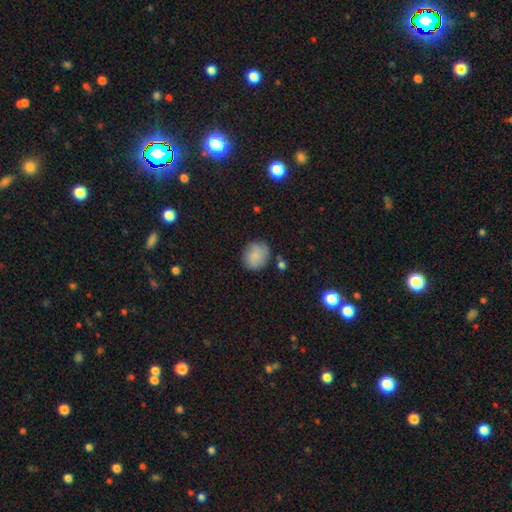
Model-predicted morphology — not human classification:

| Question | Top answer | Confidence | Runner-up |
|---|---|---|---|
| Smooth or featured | smooth | 82% | featured or disk (10%) |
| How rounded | round | 69% | in between (30%) |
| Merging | none | 74% | minor disturbance (19%) |